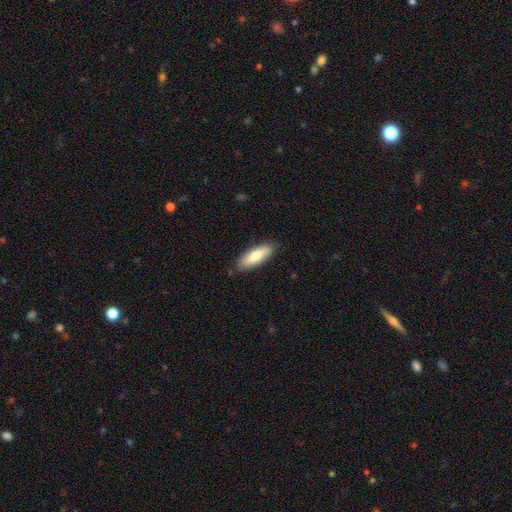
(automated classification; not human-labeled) Q: Smooth or featured?
A: smooth (77%); runner-up: featured or disk (18%)
Q: How rounded?
A: in between (60%); runner-up: cigar-shaped (38%)
Q: Merging?
A: none (84%); runner-up: minor disturbance (12%)